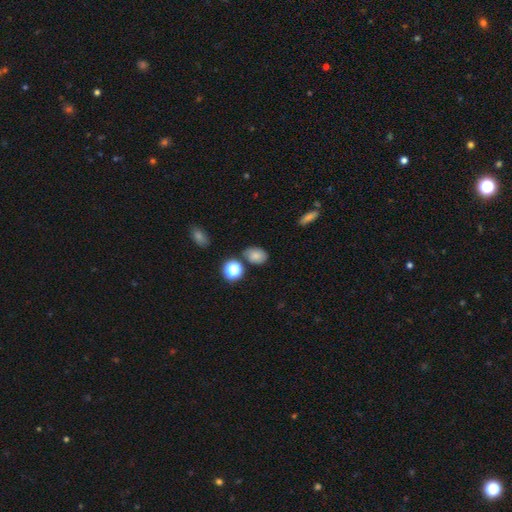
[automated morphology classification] type=smooth (79%); roundness=in between (64%); merging=none (75%).